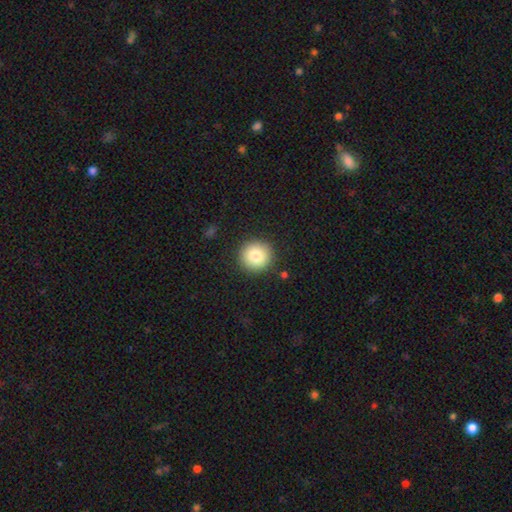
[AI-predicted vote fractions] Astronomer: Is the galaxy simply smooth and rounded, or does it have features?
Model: smooth — 82%.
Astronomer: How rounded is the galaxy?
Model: round — 94%.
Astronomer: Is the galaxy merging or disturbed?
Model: none — 90%.